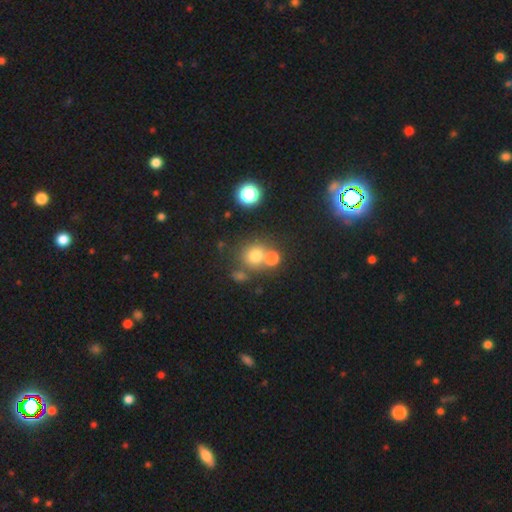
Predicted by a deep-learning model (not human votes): This is likely a smooth galaxy (72%). How rounded: clearly round (85%). Merging: possibly none (57%).